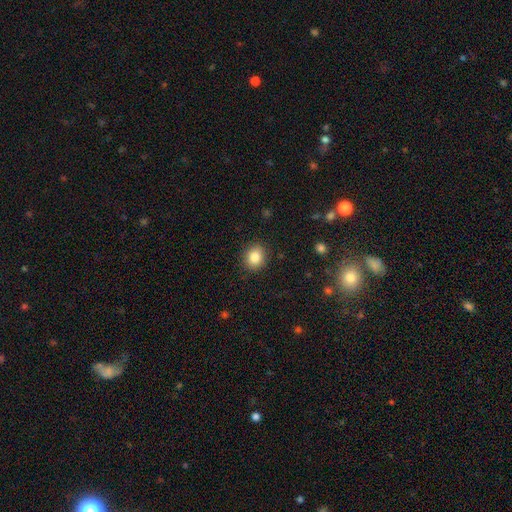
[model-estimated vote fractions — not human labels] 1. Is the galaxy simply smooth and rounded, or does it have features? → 84% smooth, 10% star or artifact, 6% featured or disk.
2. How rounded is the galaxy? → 72% round, 27% in between, 1% cigar-shaped.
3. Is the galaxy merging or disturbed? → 90% none, 7% minor disturbance, 2% major disturbance, 1% merger.